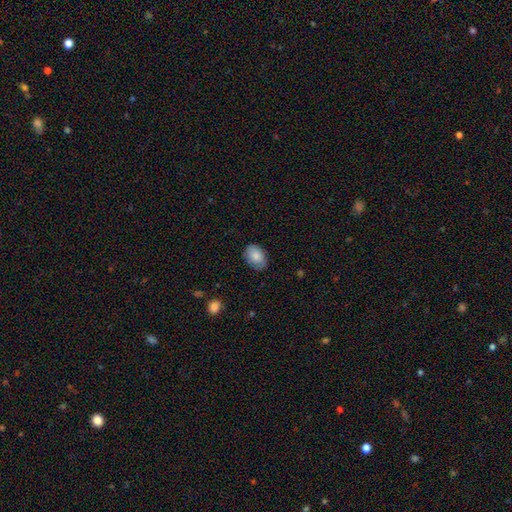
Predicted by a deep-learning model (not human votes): Overall: smooth (83%). How rounded: in between (82%). Merging: none (75%).